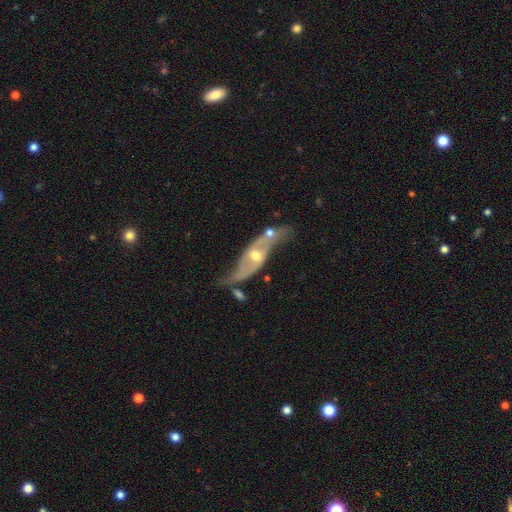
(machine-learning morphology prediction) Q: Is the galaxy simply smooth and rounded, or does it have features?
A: featured or disk — 78%.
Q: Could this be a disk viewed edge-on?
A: no — 78%.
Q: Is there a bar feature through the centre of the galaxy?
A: no — 46%.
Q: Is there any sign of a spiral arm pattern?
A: yes — 77%.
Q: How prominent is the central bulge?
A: moderate — 64%.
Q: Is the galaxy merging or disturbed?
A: none — 46%.